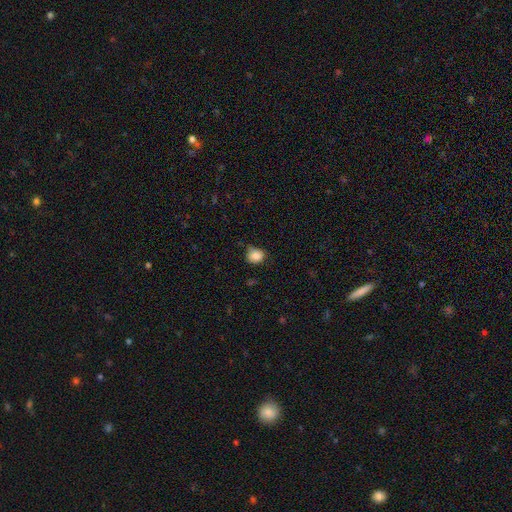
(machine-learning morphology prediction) A smooth galaxy with no disk features (86%) that is round (68%). Merging: none (61%).